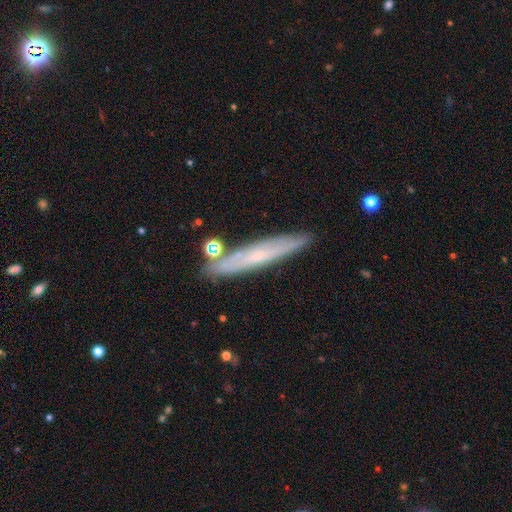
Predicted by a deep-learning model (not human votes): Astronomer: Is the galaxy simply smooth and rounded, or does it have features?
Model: featured or disk — 53% (runner-up: smooth, 39%).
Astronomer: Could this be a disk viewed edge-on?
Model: yes — 80%.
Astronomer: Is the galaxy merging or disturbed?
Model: none — 80%.